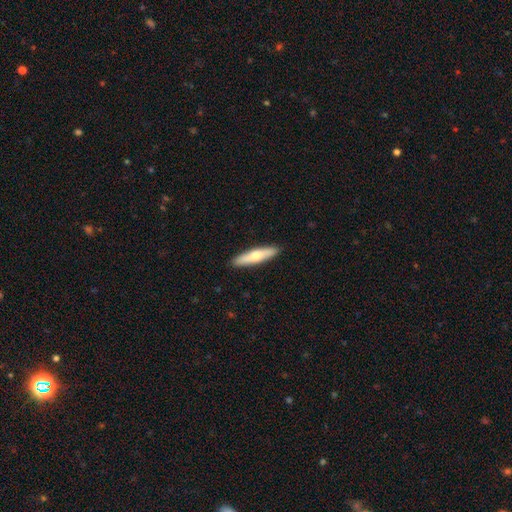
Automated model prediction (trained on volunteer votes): Smooth or featured?
  - smooth: 60% *
  - featured or disk: 35%
  - star or artifact: 5%
How rounded?
  - cigar-shaped: 81% *
  - in between: 18%
  - round: 2%
Merging?
  - none: 91% *
  - minor disturbance: 7%
  - major disturbance: 1%
  - merger: 1%